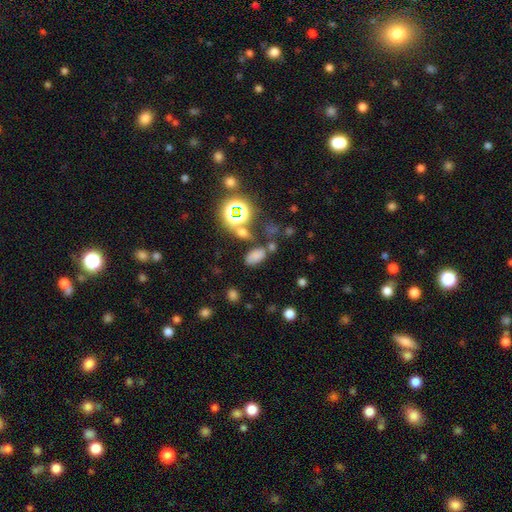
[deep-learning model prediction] Morphology: type=smooth (68%); roundness=in between (90%); merging=none (65%).